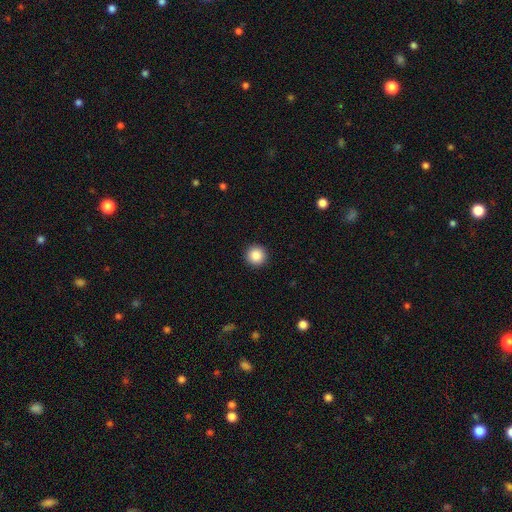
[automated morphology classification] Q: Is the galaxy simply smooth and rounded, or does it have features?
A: smooth — 87%.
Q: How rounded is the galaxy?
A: round — 96%.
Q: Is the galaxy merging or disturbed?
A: none — 93%.